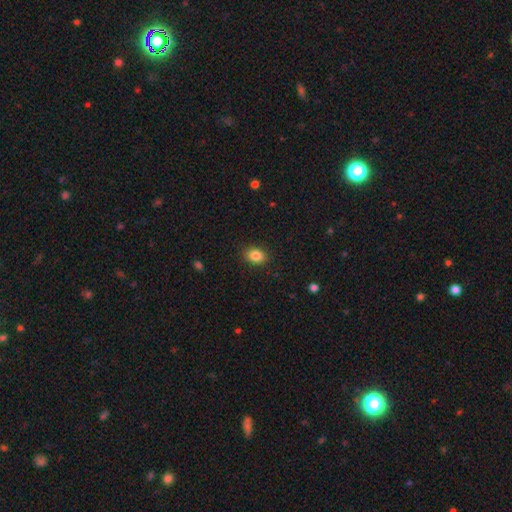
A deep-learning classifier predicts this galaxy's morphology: A smooth galaxy with no disk features (85%) that is in between round and cigar-shaped (68%).

Vote fractions:
- Smooth or featured? smooth: 85% / star or artifact: 10% / featured or disk: 5%
- How rounded? in between: 68% / round: 31% / cigar-shaped: 1%
- Merging? none: 89% / minor disturbance: 8% / major disturbance: 2% / merger: 1%